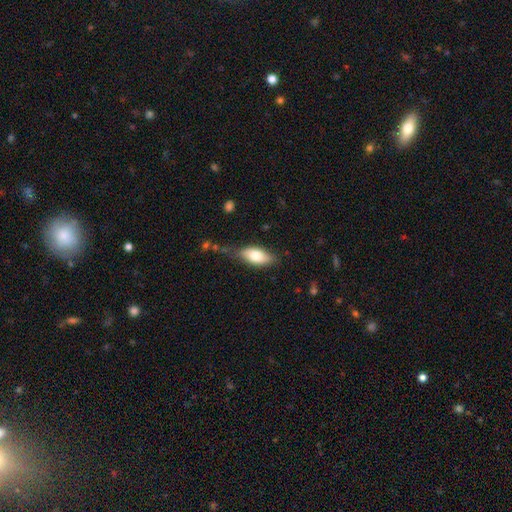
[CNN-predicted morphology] Smooth or featured? Predicted: smooth (p=0.76). How rounded? Predicted: in between (p=0.85). Merging? Predicted: none (p=0.61).